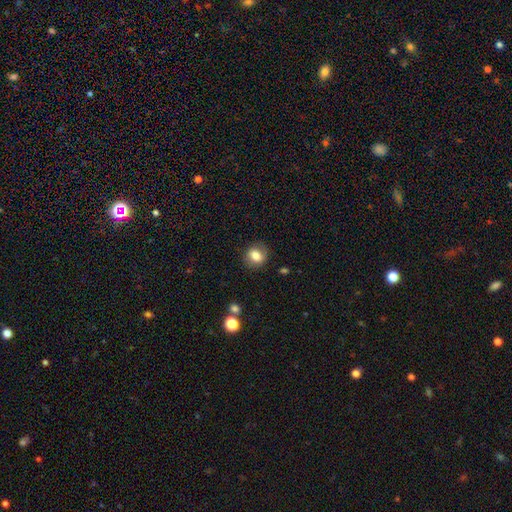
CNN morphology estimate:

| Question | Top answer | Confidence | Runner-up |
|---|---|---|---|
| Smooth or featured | smooth | 79% | featured or disk (12%) |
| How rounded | round | 65% | in between (34%) |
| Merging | none | 83% | minor disturbance (11%) |